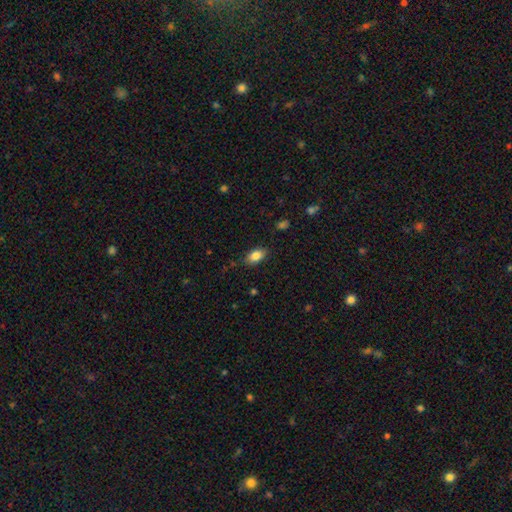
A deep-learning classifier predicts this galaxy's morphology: Smooth or featured: smooth — 85% (star or artifact — 8%)
How rounded: in between — 90% (round — 8%)
Merging: none — 84% (minor disturbance — 12%)